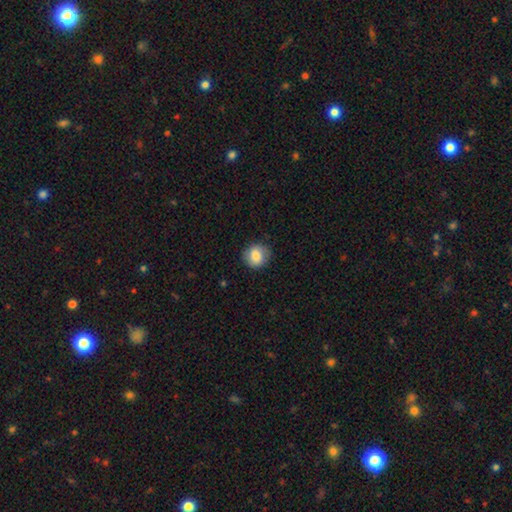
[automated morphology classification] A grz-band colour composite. It shows a smooth galaxy with no disk features (79%) that is round (84%). Merging: none (85%).